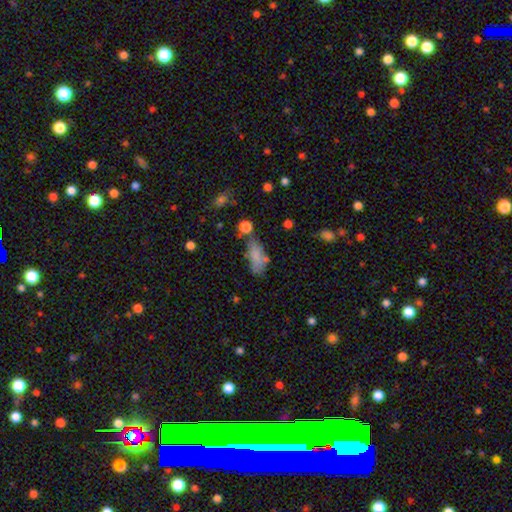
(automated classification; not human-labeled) The model was most divided on "merging": none: 48%, minor disturbance: 25%, merger: 14%, major disturbance: 13%. More confident: how rounded — in between (77%); smooth or featured — smooth (76%).